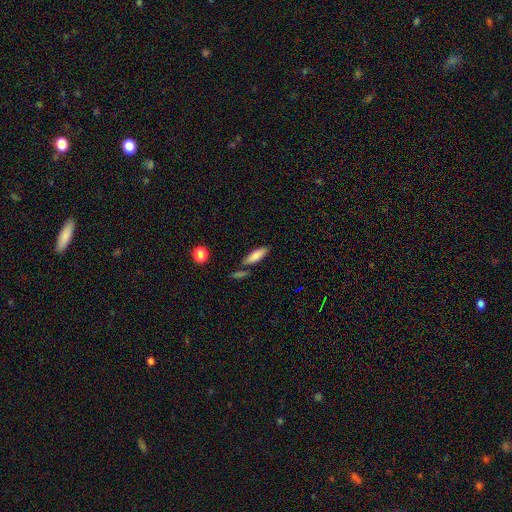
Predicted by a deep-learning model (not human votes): smooth_or_featured: smooth (p=0.81) [alt: featured or disk p=0.12]
how_rounded: in between (p=0.57) [alt: cigar-shaped p=0.41]
merging: none (p=0.70) [alt: minor disturbance p=0.14]